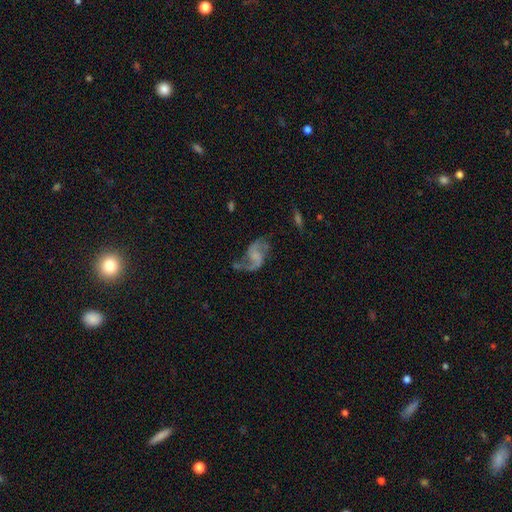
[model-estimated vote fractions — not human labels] Morphology: type=featured or disk (82%); edge-on=no (98%); bar=no (50%); spiral arms=yes (93%); winding=loose (69%); arm count=2 (87%); bulge=none (61%); merging=none (53%).